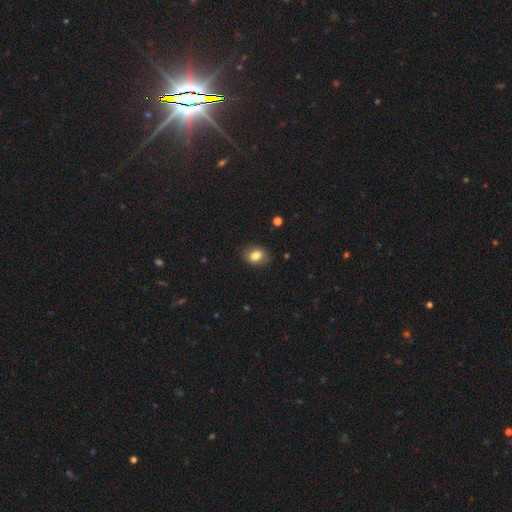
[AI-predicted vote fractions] Smooth or featured: smooth — 80% (featured or disk — 11%)
How rounded: in between — 70% (round — 29%)
Merging: none — 81% (minor disturbance — 15%)